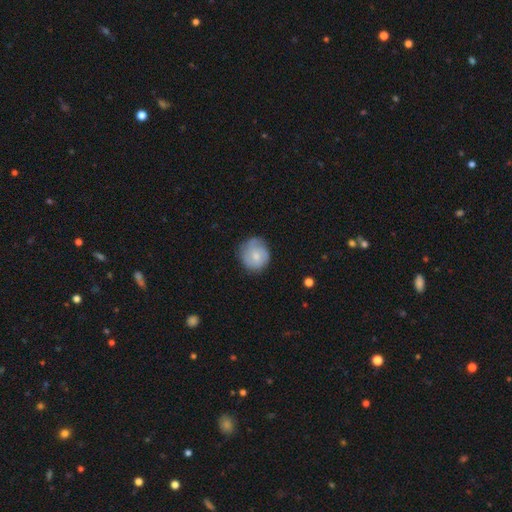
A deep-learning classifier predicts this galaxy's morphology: Smooth or featured? Predicted: smooth (p=0.59). How rounded? Predicted: round (p=0.86). Merging? Predicted: none (p=0.70).